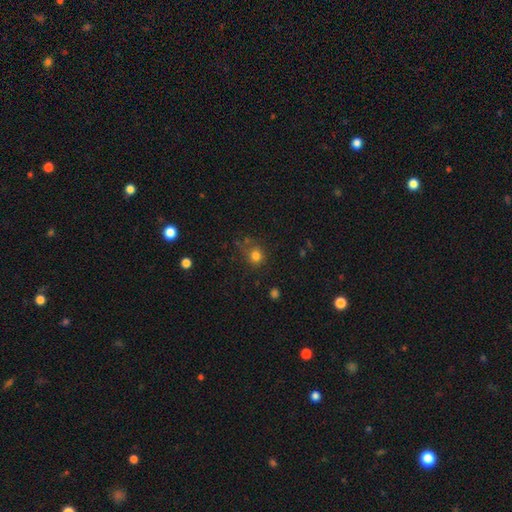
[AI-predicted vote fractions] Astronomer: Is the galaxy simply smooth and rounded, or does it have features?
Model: smooth — 79%.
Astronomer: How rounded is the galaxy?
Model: round — 83%.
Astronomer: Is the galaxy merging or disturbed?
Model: none — 63%.